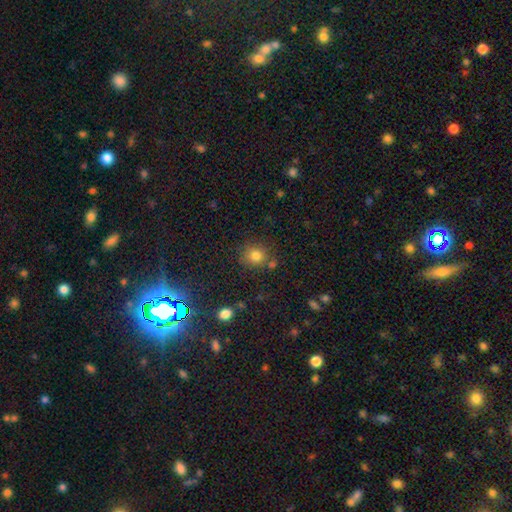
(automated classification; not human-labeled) Overall: smooth (80%). How rounded: round (84%). Merging: none (74%).